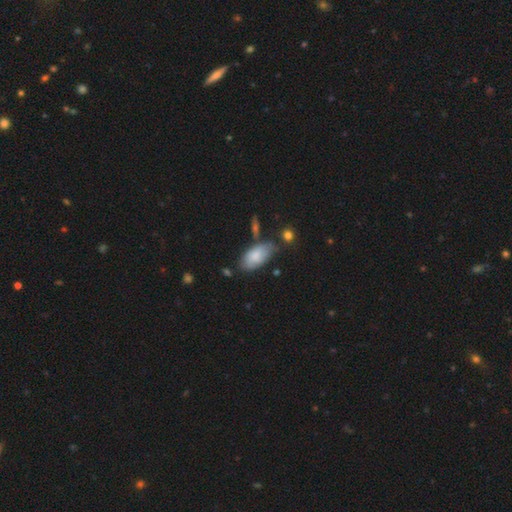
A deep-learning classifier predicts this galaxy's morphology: Smooth or featured?
  - smooth: 78% *
  - featured or disk: 16%
  - star or artifact: 6%
How rounded?
  - in between: 93% *
  - cigar-shaped: 5%
  - round: 2%
Merging?
  - none: 63% *
  - minor disturbance: 23%
  - merger: 8%
  - major disturbance: 6%